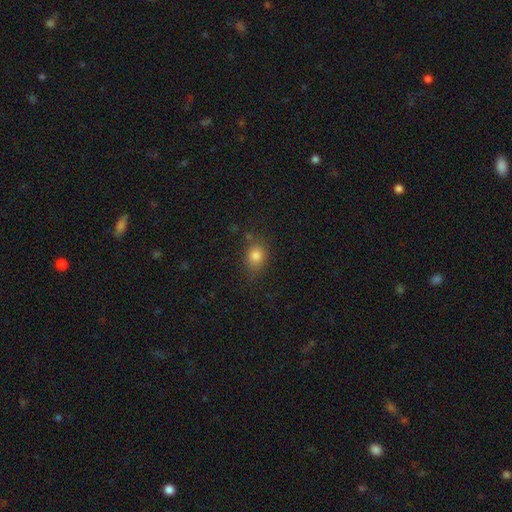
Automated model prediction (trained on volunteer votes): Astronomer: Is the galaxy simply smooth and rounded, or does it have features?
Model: smooth — 81%.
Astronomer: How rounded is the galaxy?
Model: round — 50% (runner-up: in between, 49%).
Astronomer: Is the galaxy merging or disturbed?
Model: none — 75%.